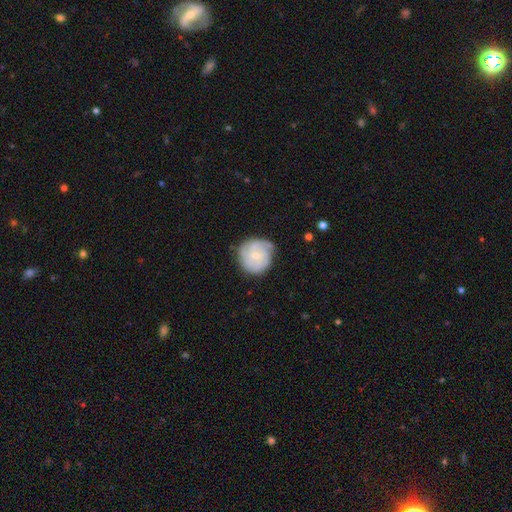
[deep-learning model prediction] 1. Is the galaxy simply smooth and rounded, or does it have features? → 66% featured or disk, 28% smooth, 6% star or artifact.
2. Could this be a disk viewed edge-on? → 98% no, 2% yes.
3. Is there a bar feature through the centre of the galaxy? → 70% no, 27% weak, 3% strong.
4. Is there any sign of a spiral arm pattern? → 91% yes, 9% no.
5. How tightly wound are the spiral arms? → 64% tight, 28% medium, 8% loose.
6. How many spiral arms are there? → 33% can't tell, 26% 3, 18% 2, 11% 4, 6% 1, 5% more than 4.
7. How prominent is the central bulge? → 70% small, 24% moderate, 4% none, 1% large, 1% dominant.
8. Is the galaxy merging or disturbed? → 69% none, 23% minor disturbance, 7% major disturbance, 2% merger.